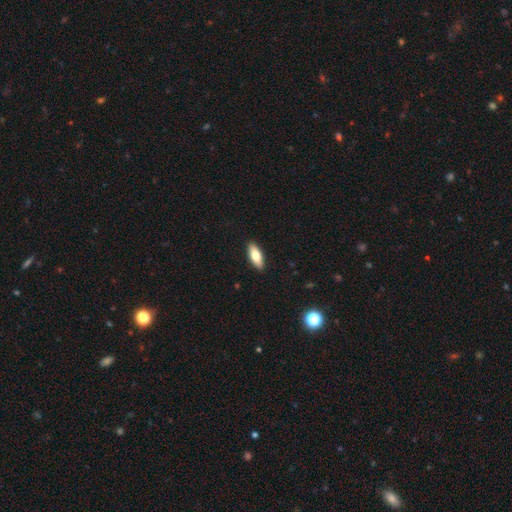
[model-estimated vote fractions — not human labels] Overall: smooth (73%). How rounded: in between (73%). Merging: none (91%).